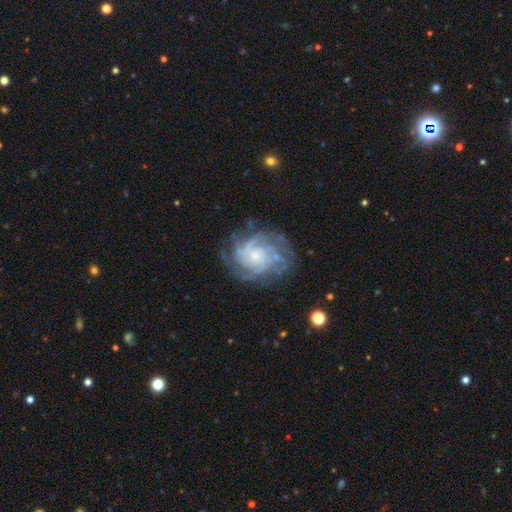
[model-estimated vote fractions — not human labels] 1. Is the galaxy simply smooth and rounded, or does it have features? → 85% featured or disk, 8% smooth, 7% star or artifact.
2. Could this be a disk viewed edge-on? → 98% no, 2% yes.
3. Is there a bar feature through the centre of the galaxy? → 72% no, 24% weak, 4% strong.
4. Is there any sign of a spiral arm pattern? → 96% yes, 4% no.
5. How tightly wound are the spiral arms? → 58% tight, 34% medium, 8% loose.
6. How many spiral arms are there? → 28% can't tell, 25% 4, 18% 3, 11% 2, 11% more than 4, 7% 1.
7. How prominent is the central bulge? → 69% small, 21% moderate, 7% none, 3% large, 1% dominant.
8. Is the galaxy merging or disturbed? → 72% none, 17% minor disturbance, 9% major disturbance, 2% merger.